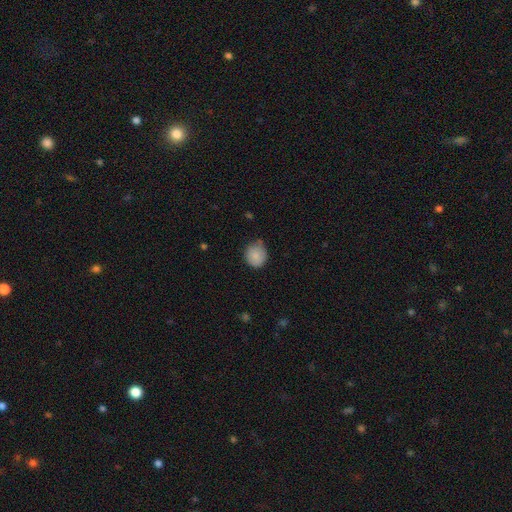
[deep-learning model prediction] Smooth or featured? smooth (86%)
How rounded? round (75%)
Merging? none (65%)